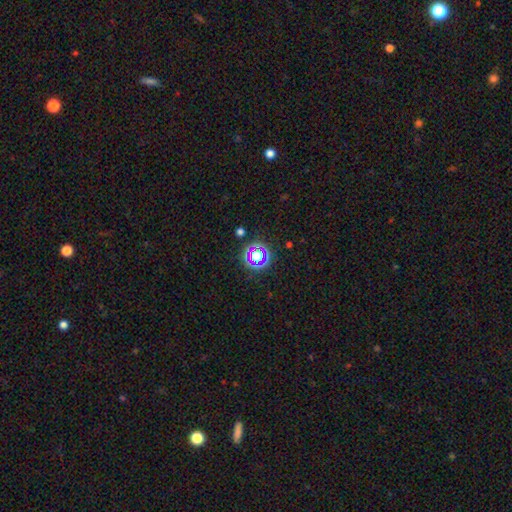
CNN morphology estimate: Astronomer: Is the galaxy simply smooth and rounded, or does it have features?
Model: star or artifact — 61%.